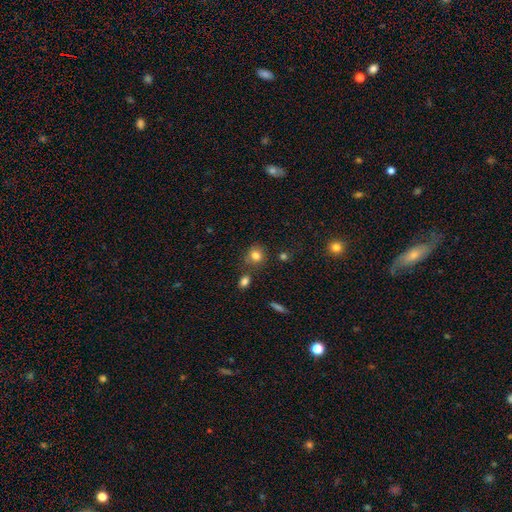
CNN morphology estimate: Smooth or featured?
  - smooth: 81% *
  - star or artifact: 12%
  - featured or disk: 7%
How rounded?
  - round: 82% *
  - in between: 17%
  - cigar-shaped: 1%
Merging?
  - none: 72% *
  - minor disturbance: 13%
  - merger: 10%
  - major disturbance: 4%